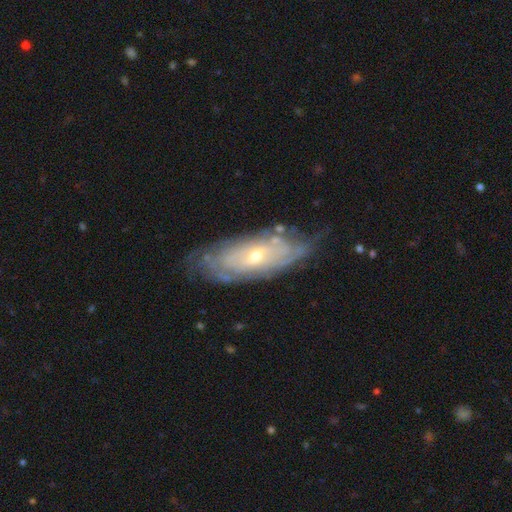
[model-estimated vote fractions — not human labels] A featured or disk galaxy (77%) with no bar (68%), tight (76%) spiral arms (81%) and a small central bulge (56%).

Vote fractions:
- Smooth or featured? featured or disk: 77% / smooth: 16% / star or artifact: 7%
- Edge-on disk? no: 86% / yes: 14%
- Bar? no: 68% / weak: 25% / strong: 6%
- Spiral arms? yes: 81% / no: 19%
- Spiral winding? tight: 76% / medium: 19% / loose: 6%
- Spiral arm count? can't tell: 69% / 2: 11% / 3: 6% / 4: 6% / more than 4: 5% / 1: 3%
- Bulge size? small: 56% / moderate: 40% / large: 2% / none: 1% / dominant: 1%
- Merging? none: 68% / minor disturbance: 22% / major disturbance: 7% / merger: 3%